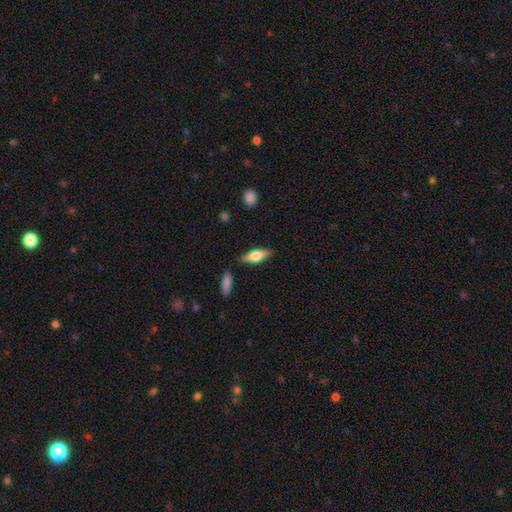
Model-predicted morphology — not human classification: Overall: smooth (55%; featured or disk 39%). How rounded: in between (59%; cigar-shaped 38%). Merging: none (82%).